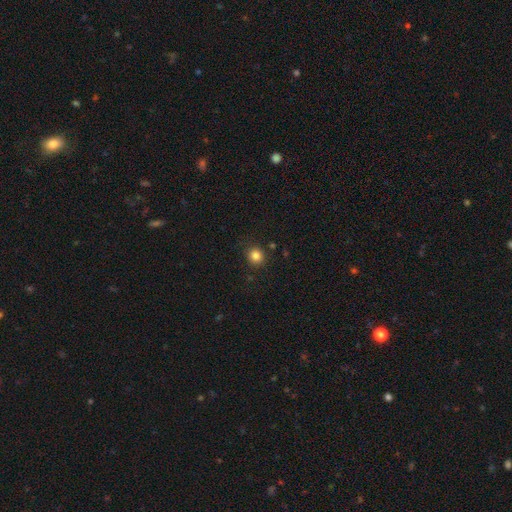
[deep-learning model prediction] A smooth galaxy with no disk features (84%) that is round (87%).

Vote fractions:
- Smooth or featured? smooth: 84% / star or artifact: 12% / featured or disk: 5%
- How rounded? round: 87% / in between: 12% / cigar-shaped: 1%
- Merging? none: 88% / minor disturbance: 8% / major disturbance: 3% / merger: 2%